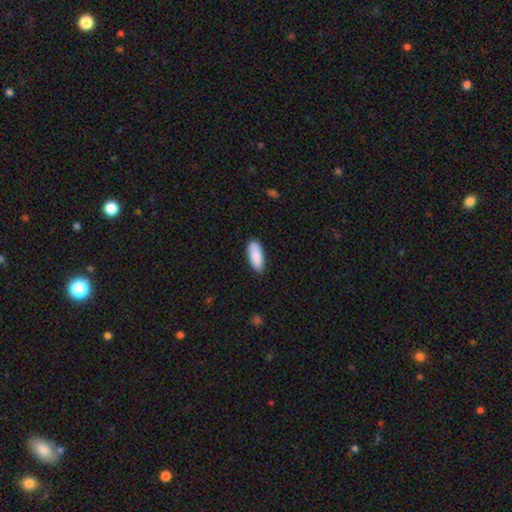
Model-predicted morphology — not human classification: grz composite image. It shows a smooth galaxy with no disk features (90%) that is in between round and cigar-shaped (77%). Merging: none (85%).